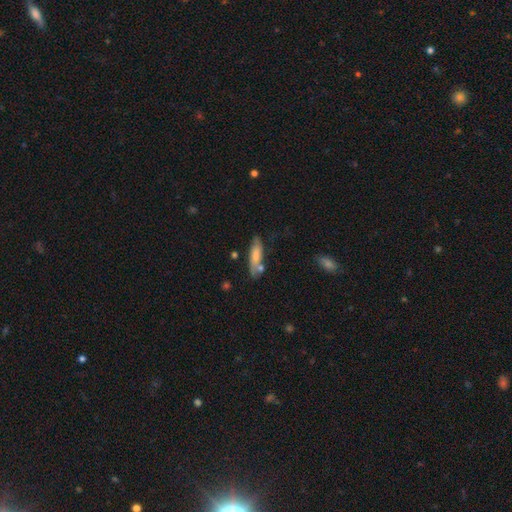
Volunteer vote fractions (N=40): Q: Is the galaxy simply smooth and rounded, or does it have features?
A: smooth — 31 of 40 (78%).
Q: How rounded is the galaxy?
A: cigar-shaped — 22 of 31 (71%).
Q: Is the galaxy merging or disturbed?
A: none — 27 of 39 (69%).